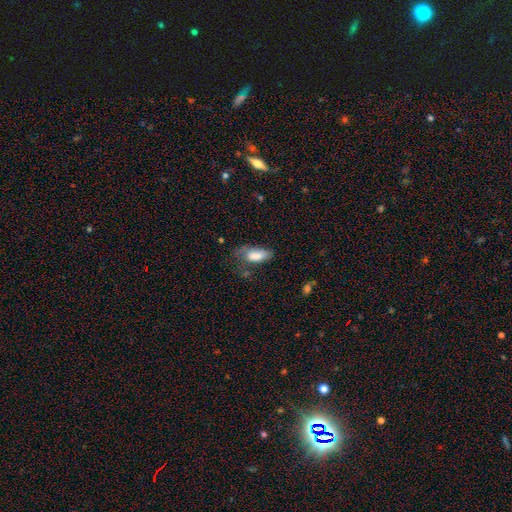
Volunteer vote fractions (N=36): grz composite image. It shows a smooth galaxy with no disk features (89%) that is in between round and cigar-shaped (84%). Merging: none (37%, tied with minor disturbance).